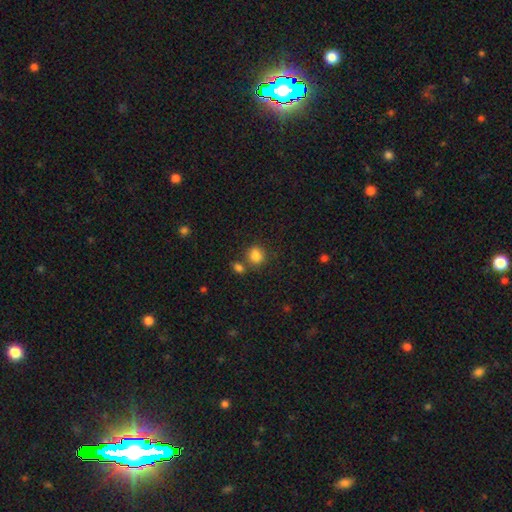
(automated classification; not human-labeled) Morphology: type=smooth (85%); roundness=round (69%); merging=none (66%).